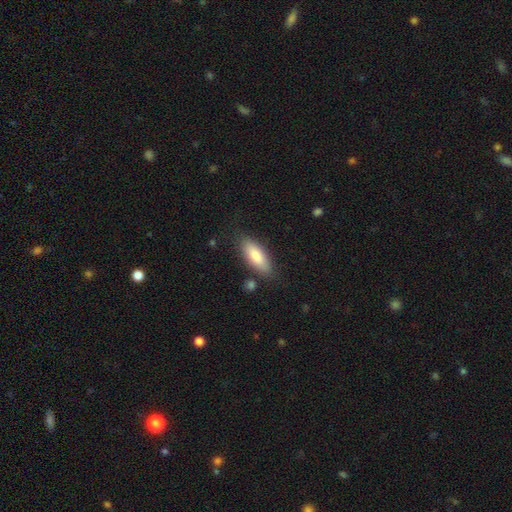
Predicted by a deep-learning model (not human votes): Morphology: type=smooth (81%); roundness=in between (73%); merging=none (82%).